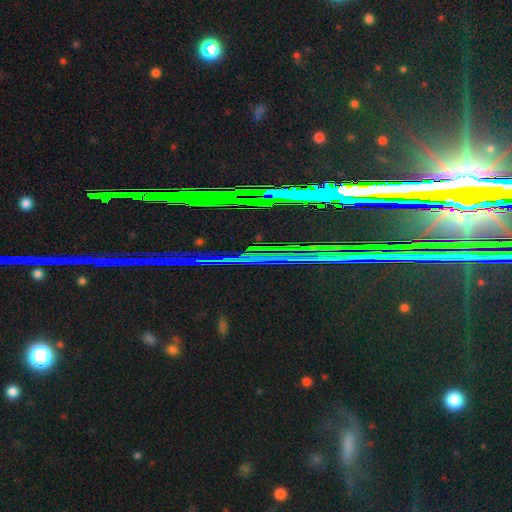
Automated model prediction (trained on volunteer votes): A star or artifact, not a galaxy (83%).